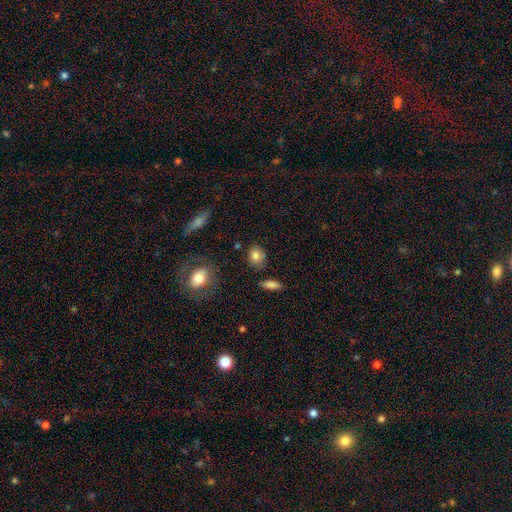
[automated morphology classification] The model was most divided on "how rounded": round: 53%, in between: 44%, cigar-shaped: 3%. More confident: smooth or featured — smooth (82%); merging — none (80%).